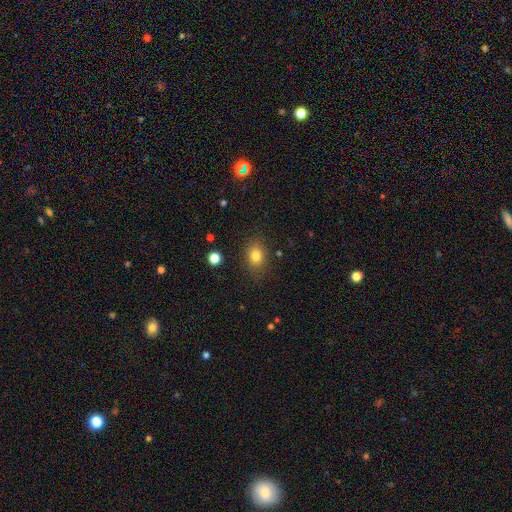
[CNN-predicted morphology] Overall: smooth (81%). How rounded: in between (56%; round 43%). Merging: none (85%).